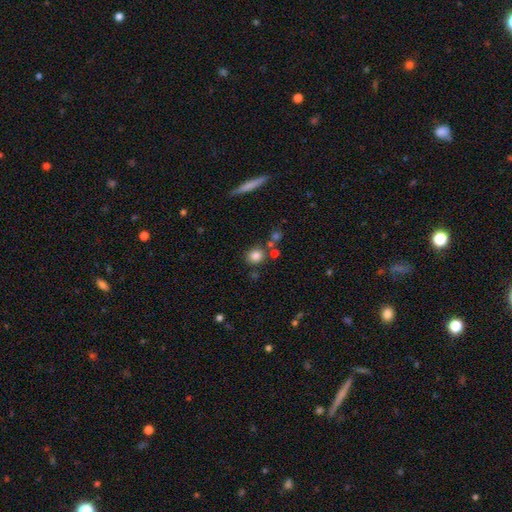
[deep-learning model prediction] Q: Smooth or featured?
A: smooth (82%); runner-up: star or artifact (11%)
Q: How rounded?
A: round (80%); runner-up: in between (18%)
Q: Merging?
A: none (76%); runner-up: merger (11%)